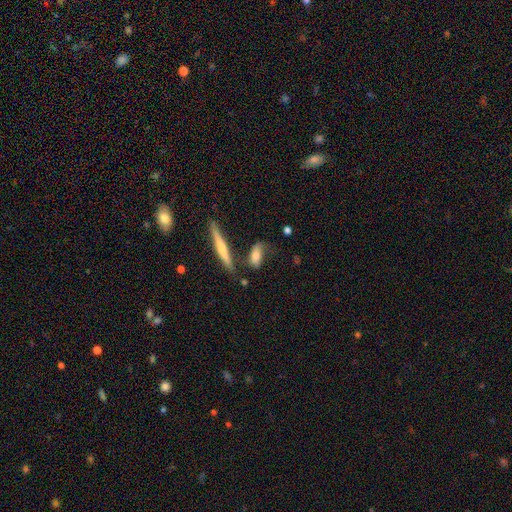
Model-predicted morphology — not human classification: smooth-or-featured: smooth: 65% | featured or disk: 28% | star or artifact: 8%
  how-rounded: in between: 64% | cigar-shaped: 30% | round: 5%
  merging: none: 55% | minor disturbance: 24% | merger: 11% | major disturbance: 10%